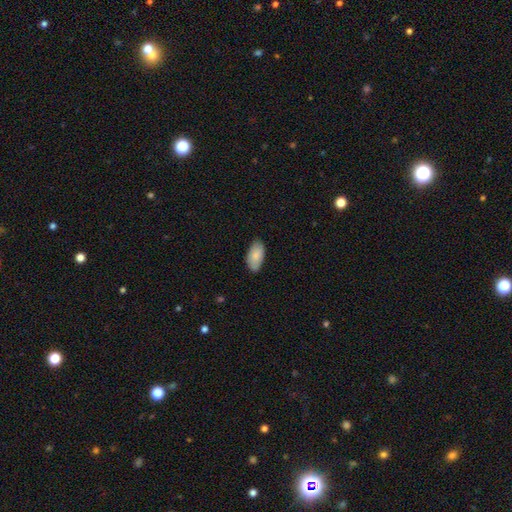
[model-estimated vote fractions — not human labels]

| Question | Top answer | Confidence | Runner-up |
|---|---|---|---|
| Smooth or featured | smooth | 84% | featured or disk (10%) |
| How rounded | in between | 95% | cigar-shaped (3%) |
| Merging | none | 81% | minor disturbance (16%) |